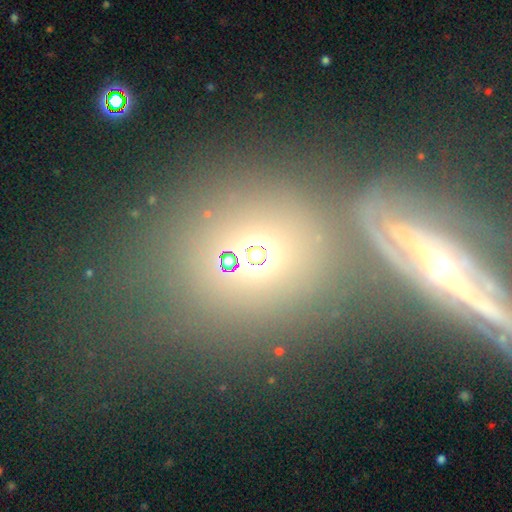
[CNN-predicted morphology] star or artifact 48%, smooth 41%, featured or disk 11%.